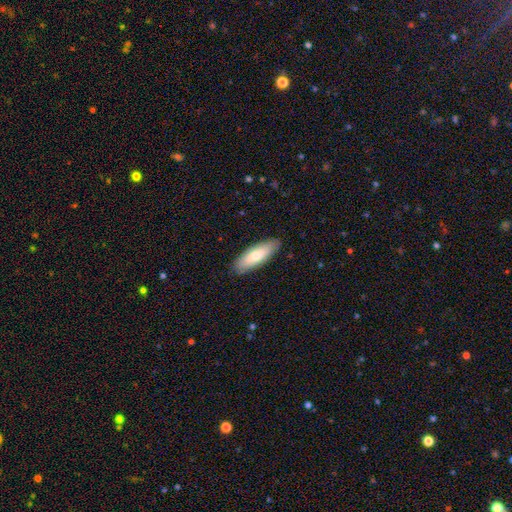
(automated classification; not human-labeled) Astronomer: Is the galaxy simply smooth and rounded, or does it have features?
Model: smooth — 74%.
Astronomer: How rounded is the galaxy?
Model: in between — 59% (runner-up: cigar-shaped, 40%).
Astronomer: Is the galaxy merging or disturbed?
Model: none — 87%.